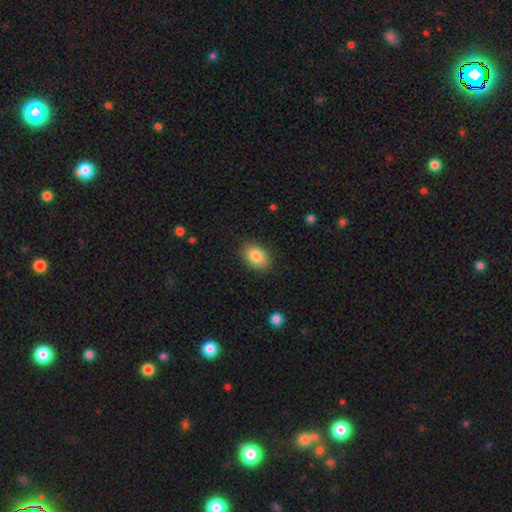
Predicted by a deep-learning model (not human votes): A smooth galaxy with no disk features (85%) that is in between round and cigar-shaped (85%). Merging: none (86%).